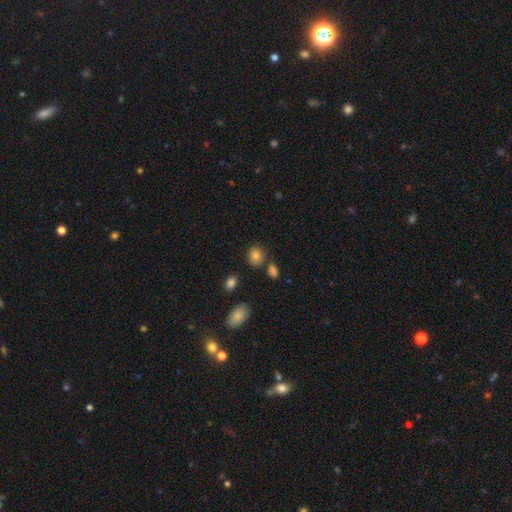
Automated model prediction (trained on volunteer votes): Smooth or featured?
  - smooth: 83% *
  - star or artifact: 10%
  - featured or disk: 7%
How rounded?
  - round: 65% *
  - in between: 34%
  - cigar-shaped: 1%
Merging?
  - none: 77% *
  - minor disturbance: 12%
  - merger: 8%
  - major disturbance: 3%